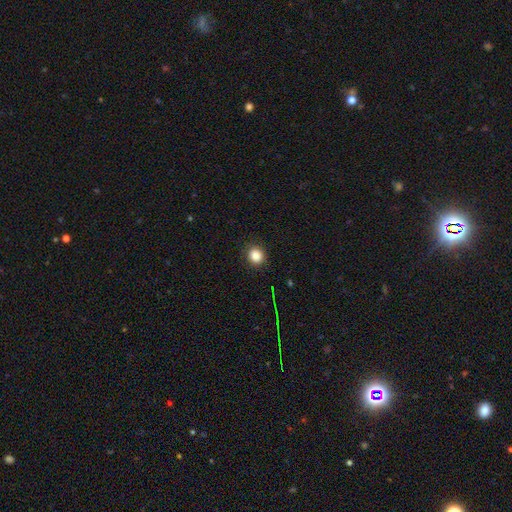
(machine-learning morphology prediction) Q: Smooth or featured?
A: smooth (86%); runner-up: star or artifact (11%)
Q: How rounded?
A: round (82%); runner-up: in between (17%)
Q: Merging?
A: none (89%); runner-up: minor disturbance (8%)